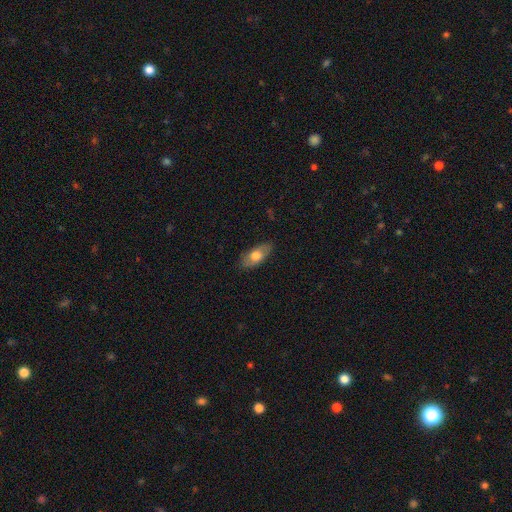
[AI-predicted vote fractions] A smooth galaxy with no disk features (68%) that is in between round and cigar-shaped (86%).

Vote fractions:
- Smooth or featured? smooth: 68% / featured or disk: 26% / star or artifact: 6%
- How rounded? in between: 86% / cigar-shaped: 10% / round: 4%
- Merging? none: 80% / minor disturbance: 16% / major disturbance: 3% / merger: 1%